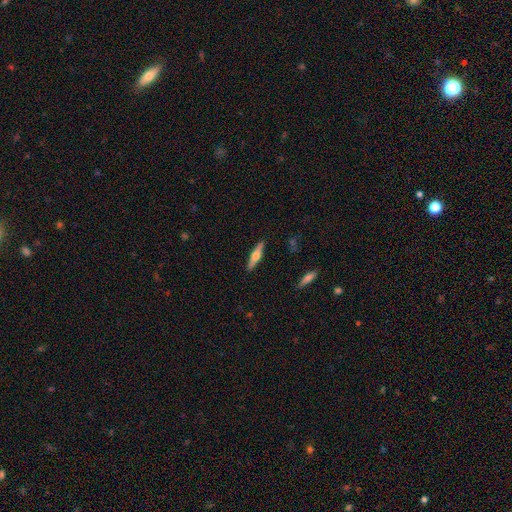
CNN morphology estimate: Smooth or featured?
  - featured or disk: 56% *
  - smooth: 38%
  - star or artifact: 6%
Edge-on disk?
  - yes: 95% *
  - no: 5%
Edge-on bulge?
  - rounded: 93% *
  - boxy: 5%
  - none: 3%
Merging?
  - none: 90% *
  - minor disturbance: 7%
  - major disturbance: 2%
  - merger: 1%